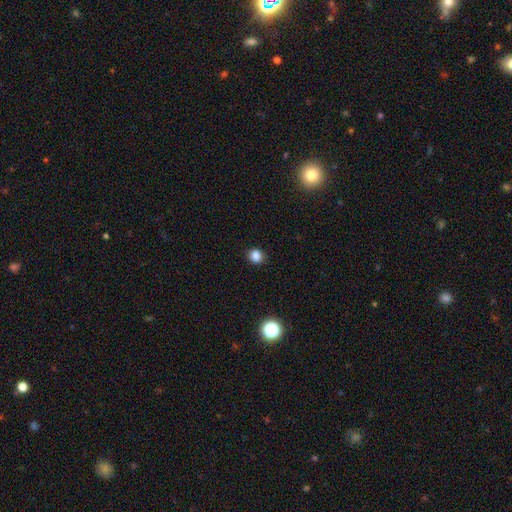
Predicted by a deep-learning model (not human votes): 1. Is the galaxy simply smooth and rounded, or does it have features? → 83% smooth, 13% star or artifact, 4% featured or disk.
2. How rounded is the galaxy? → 82% round, 17% in between, 1% cigar-shaped.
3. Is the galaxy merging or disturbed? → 90% none, 7% minor disturbance, 2% major disturbance, 1% merger.